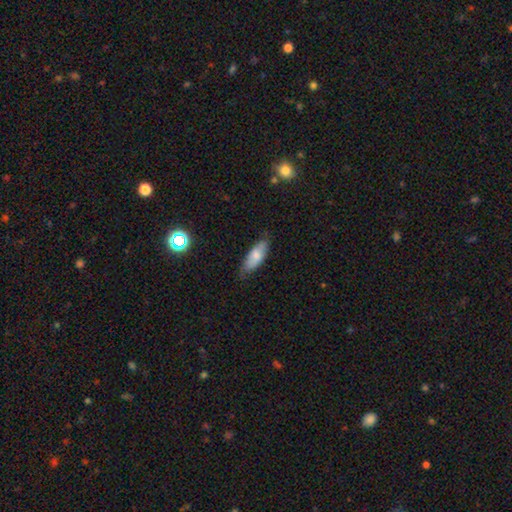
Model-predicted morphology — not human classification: A smooth galaxy with no disk features (75%) that is in between round and cigar-shaped (72%). Merging: none (72%).